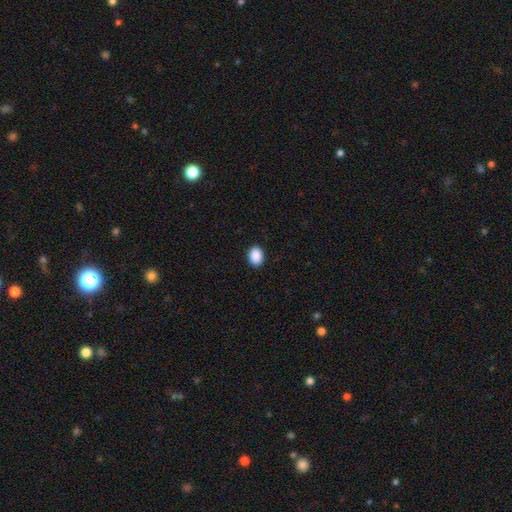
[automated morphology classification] This appears to be a smooth galaxy with no disk features (90%) that is in between round and cigar-shaped (72%). Merging: none (91%).